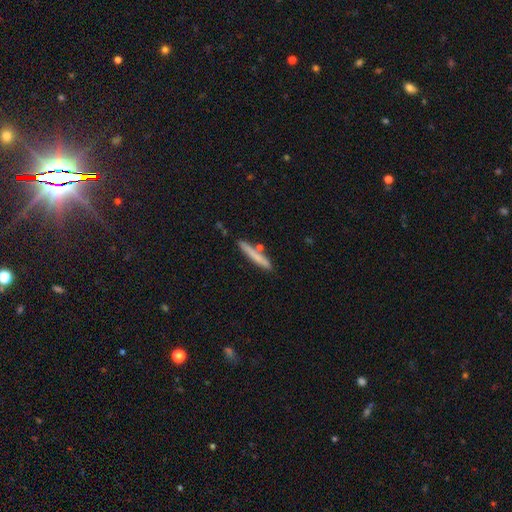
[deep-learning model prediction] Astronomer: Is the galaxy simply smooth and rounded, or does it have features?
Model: smooth — 70%.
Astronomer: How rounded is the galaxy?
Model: cigar-shaped — 94%.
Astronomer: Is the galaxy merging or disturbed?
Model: none — 81%.